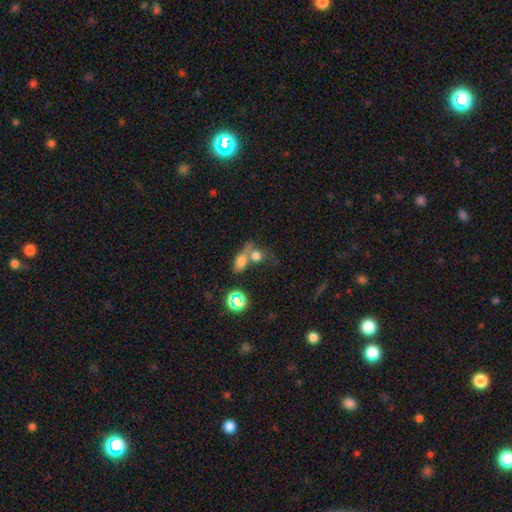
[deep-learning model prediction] smooth-or-featured: smooth: 69% | star or artifact: 16% | featured or disk: 14%
  how-rounded: round: 52% | in between: 44% | cigar-shaped: 4%
  merging: merger: 56% | none: 28% | minor disturbance: 9% | major disturbance: 7%